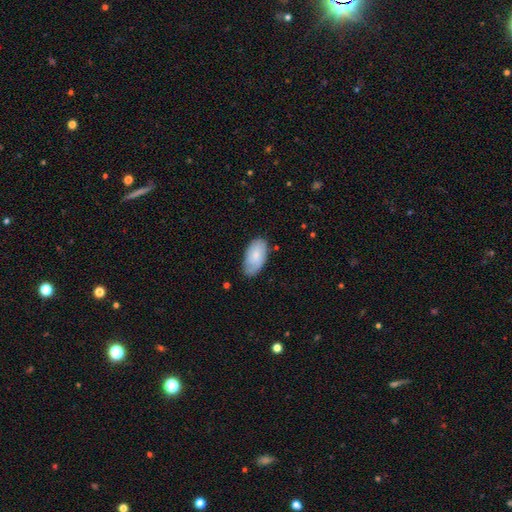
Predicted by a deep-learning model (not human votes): smooth 68%, featured or disk 26%, star or artifact 6%. Down the decision tree: how rounded — in between (95%); merging — none (65%).